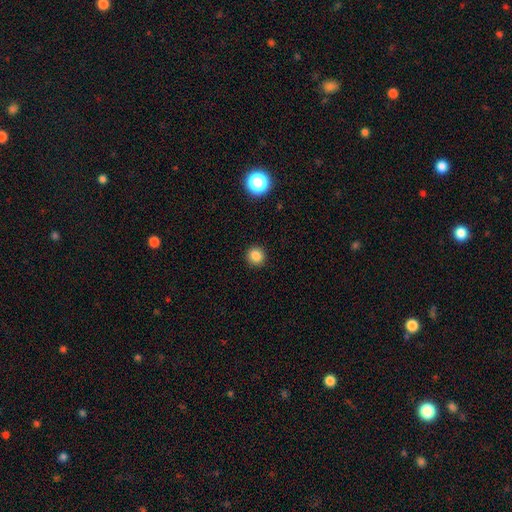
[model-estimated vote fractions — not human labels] Morphology: type=smooth (84%); roundness=round (93%); merging=none (92%).